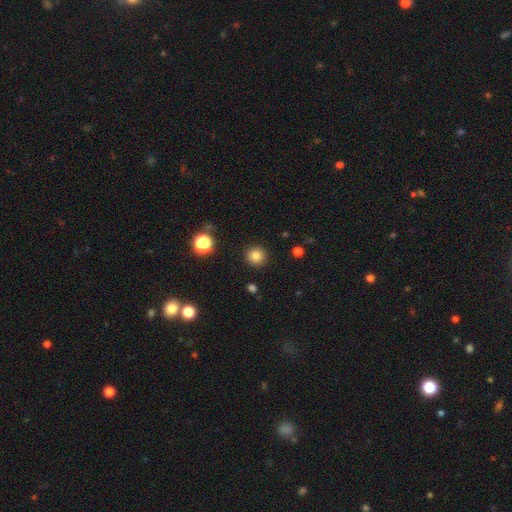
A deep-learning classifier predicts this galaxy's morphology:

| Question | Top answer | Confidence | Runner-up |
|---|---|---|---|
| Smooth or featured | smooth | 83% | star or artifact (13%) |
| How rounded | round | 95% | in between (4%) |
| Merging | none | 92% | minor disturbance (5%) |